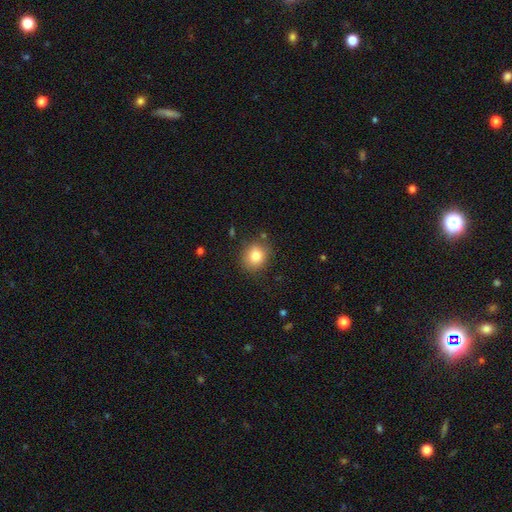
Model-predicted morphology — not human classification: Q: Smooth or featured?
A: smooth (83%); runner-up: star or artifact (10%)
Q: How rounded?
A: round (75%); runner-up: in between (24%)
Q: Merging?
A: none (82%); runner-up: minor disturbance (12%)